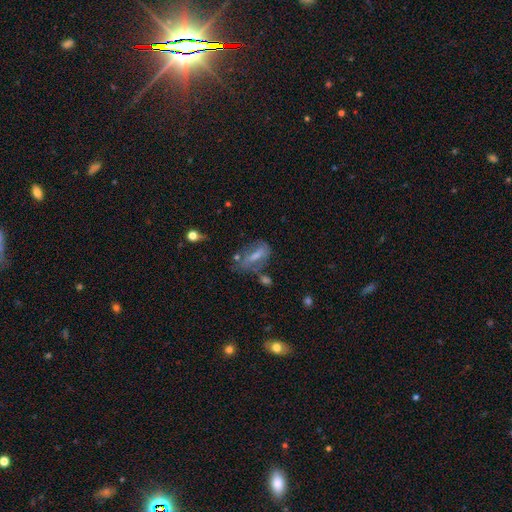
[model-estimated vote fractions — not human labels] smooth-or-featured: smooth: 54% | featured or disk: 35% | star or artifact: 11%
  how-rounded: in between: 66% | cigar-shaped: 29% | round: 5%
  merging: none: 44% | minor disturbance: 25% | major disturbance: 19% | merger: 11%